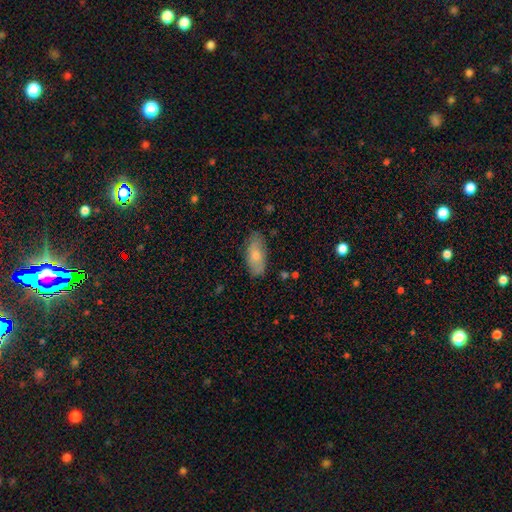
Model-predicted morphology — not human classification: This is likely a smooth galaxy (71%). How rounded: clearly in between (87%). Merging: clearly none (81%).